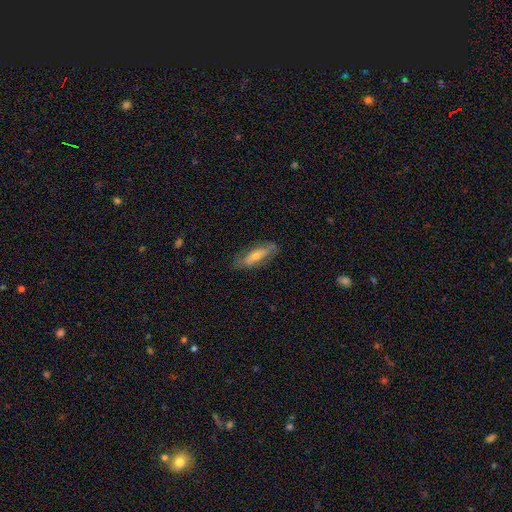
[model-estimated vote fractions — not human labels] smooth-or-featured: smooth: 48% | featured or disk: 45% | star or artifact: 7%
  merging: none: 81% | minor disturbance: 14% | major disturbance: 3% | merger: 1%